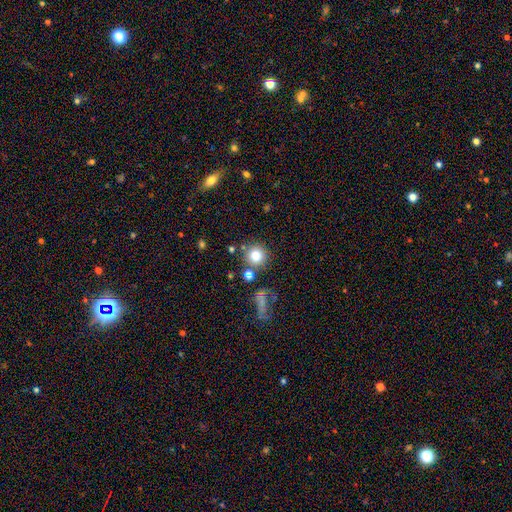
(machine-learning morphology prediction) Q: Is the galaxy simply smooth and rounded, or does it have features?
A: smooth — 80%.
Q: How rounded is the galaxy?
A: round — 92%.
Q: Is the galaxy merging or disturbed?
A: none — 73%.